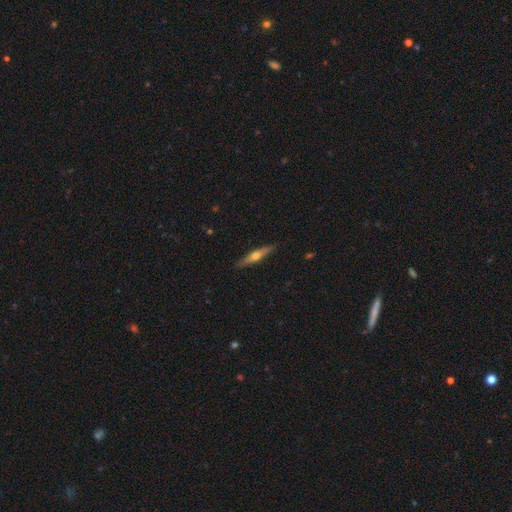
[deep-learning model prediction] Overall: featured or disk (59%; smooth 36%). Edge-on disk: yes (94%). Edge-on bulge: rounded (90%). Merging: none (89%).